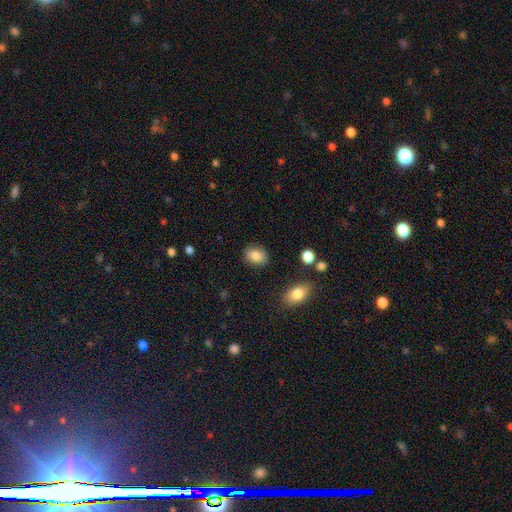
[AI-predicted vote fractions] Smooth or featured?
  - smooth: 85% *
  - star or artifact: 9%
  - featured or disk: 7%
How rounded?
  - in between: 65% *
  - round: 34%
  - cigar-shaped: 1%
Merging?
  - none: 85% *
  - minor disturbance: 10%
  - major disturbance: 3%
  - merger: 2%